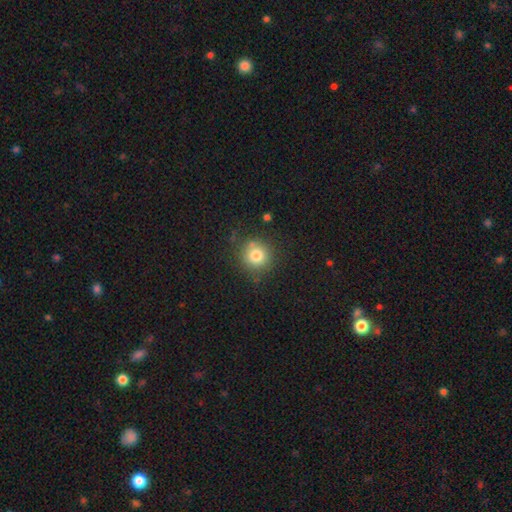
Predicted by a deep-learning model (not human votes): Q: Smooth or featured?
A: smooth (70%); runner-up: star or artifact (22%)
Q: How rounded?
A: round (93%); runner-up: in between (6%)
Q: Merging?
A: none (86%); runner-up: minor disturbance (10%)